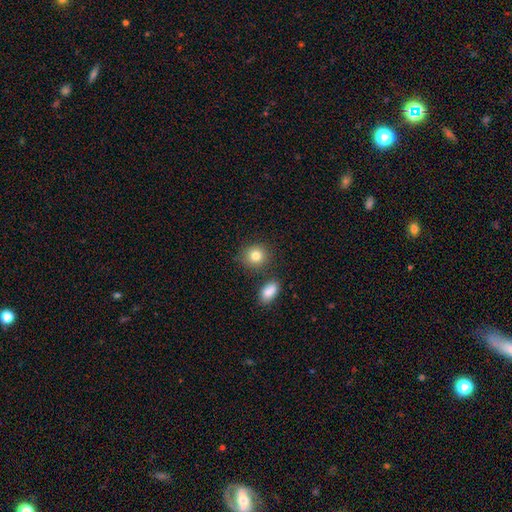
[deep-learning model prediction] Q: Smooth or featured?
A: smooth (83%); runner-up: star or artifact (9%)
Q: How rounded?
A: round (78%); runner-up: in between (21%)
Q: Merging?
A: none (79%); runner-up: minor disturbance (10%)